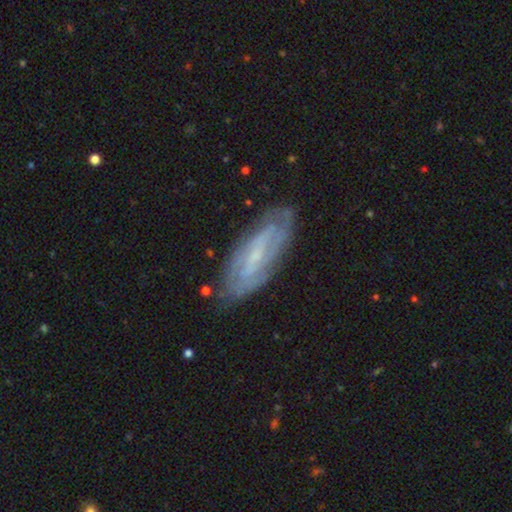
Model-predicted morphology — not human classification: smooth_or_featured: featured or disk (p=0.67) [alt: smooth p=0.25]
disk_edge_on: no (p=0.81) [alt: yes p=0.19]
bar: weak (p=0.46) [alt: no p=0.31]
has_spiral_arms: yes (p=0.74) [alt: no p=0.26]
bulge_size: small (p=0.67) [alt: moderate p=0.17]
merging: none (p=0.76) [alt: minor disturbance p=0.18]